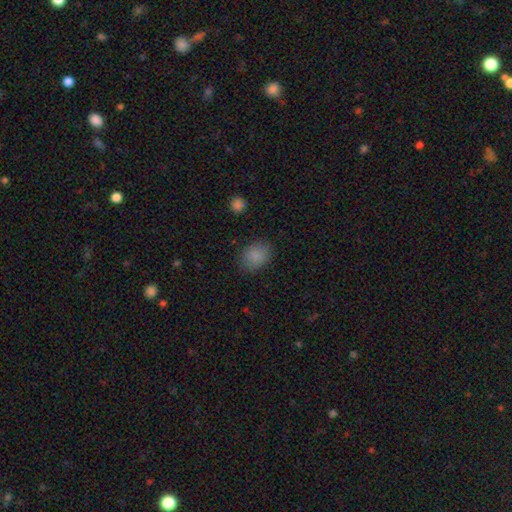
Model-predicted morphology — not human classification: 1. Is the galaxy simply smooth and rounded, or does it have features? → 86% smooth, 10% star or artifact, 5% featured or disk.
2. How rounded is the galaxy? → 59% in between, 40% round, 1% cigar-shaped.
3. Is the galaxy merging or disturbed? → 81% none, 14% minor disturbance, 4% major disturbance, 1% merger.